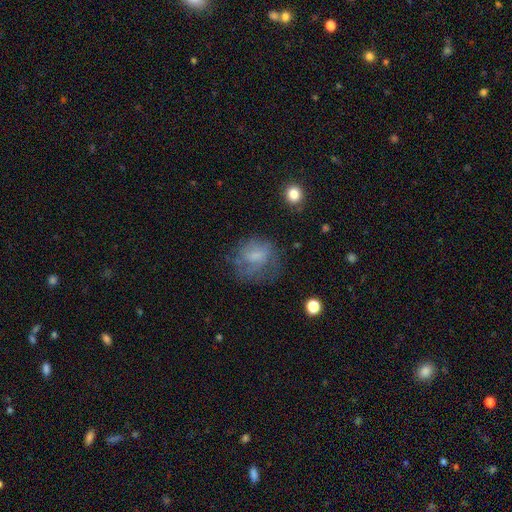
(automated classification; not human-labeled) A smooth galaxy with no disk features (51%) that is round (59%). Merging: none (49%).